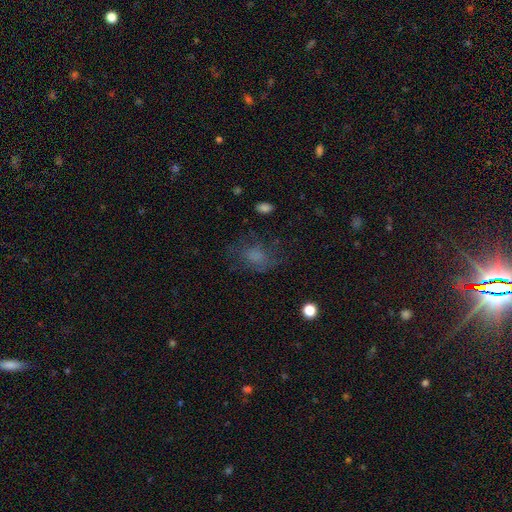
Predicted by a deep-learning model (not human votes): Q: Smooth or featured?
A: smooth (57%); runner-up: featured or disk (25%)
Q: How rounded?
A: in between (67%); runner-up: round (31%)
Q: Merging?
A: none (55%); runner-up: minor disturbance (21%)